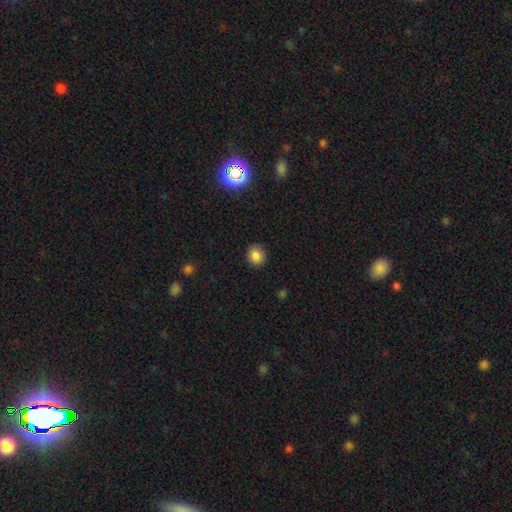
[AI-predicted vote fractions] Smooth or featured?
  - smooth: 84% *
  - star or artifact: 11%
  - featured or disk: 4%
How rounded?
  - round: 81% *
  - in between: 18%
  - cigar-shaped: 1%
Merging?
  - none: 89% *
  - minor disturbance: 8%
  - major disturbance: 2%
  - merger: 1%